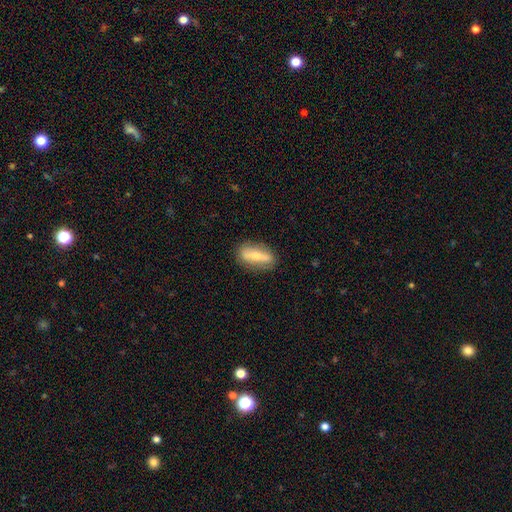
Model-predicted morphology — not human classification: smooth-or-featured: smooth: 54% | featured or disk: 39% | star or artifact: 7%
  how-rounded: in between: 64% | cigar-shaped: 31% | round: 5%
  merging: none: 82% | minor disturbance: 13% | major disturbance: 4% | merger: 1%